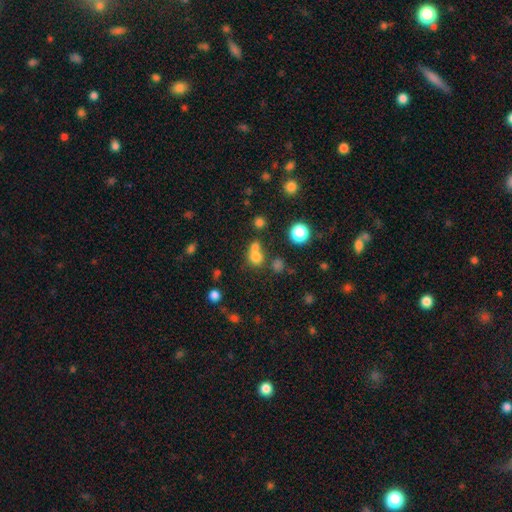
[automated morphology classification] smooth 72%, star or artifact 18%, featured or disk 10%. Down the decision tree: how rounded — round (84%); merging — none (46%).